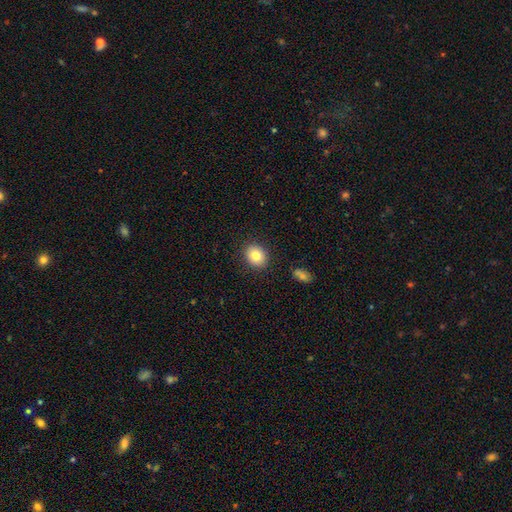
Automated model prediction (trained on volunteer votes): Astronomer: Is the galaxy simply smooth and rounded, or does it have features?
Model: smooth — 81%.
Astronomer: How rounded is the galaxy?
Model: round — 63%.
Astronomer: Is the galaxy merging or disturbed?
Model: none — 88%.